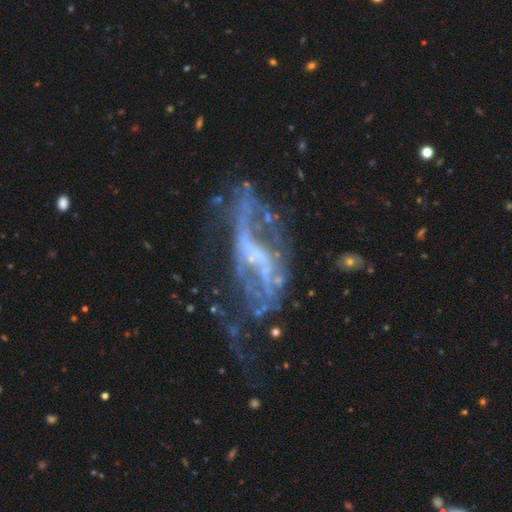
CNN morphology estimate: This appears to be a featured or disk galaxy (79%) with no bar (43%), spiral arms (59%) and a small central bulge (48%). Merging: major disturbance (38%).